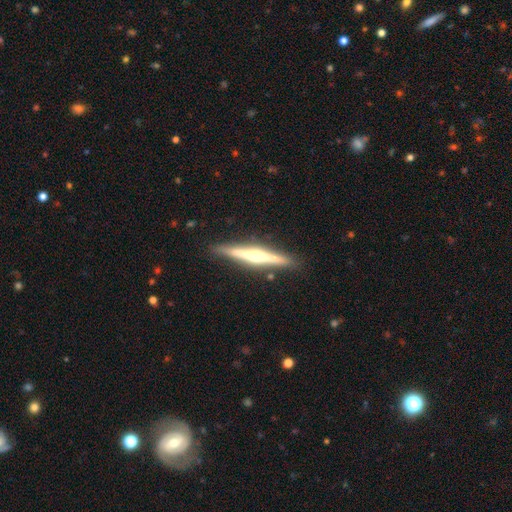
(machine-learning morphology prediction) Q: Smooth or featured?
A: featured or disk (73%); runner-up: smooth (21%)
Q: Edge-on disk?
A: yes (98%); runner-up: no (2%)
Q: Edge-on bulge?
A: rounded (89%); runner-up: none (6%)
Q: Merging?
A: none (89%); runner-up: minor disturbance (8%)